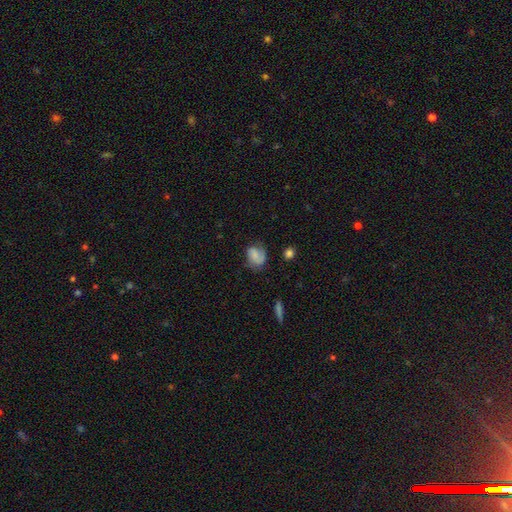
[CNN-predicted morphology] type=smooth (49%); merging=none (56%).